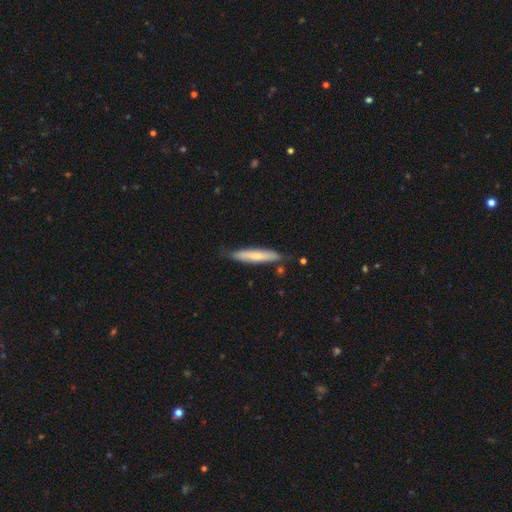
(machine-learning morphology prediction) The model was most divided on "smooth or featured": smooth: 66%, featured or disk: 29%, star or artifact: 5%. More confident: how rounded — cigar-shaped (89%); merging — none (77%).